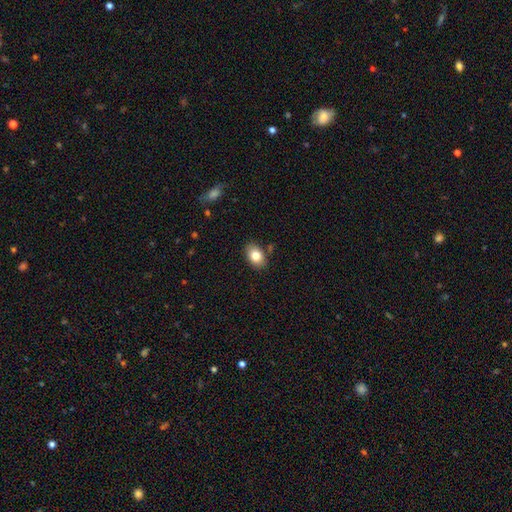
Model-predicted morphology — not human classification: The model was most divided on "how rounded": in between: 81%, round: 18%, cigar-shaped: 1%. More confident: merging — none (83%); smooth or featured — smooth (81%).